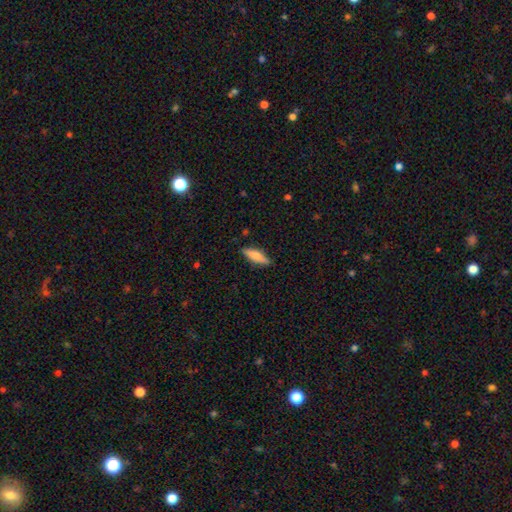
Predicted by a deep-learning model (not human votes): Overall: smooth (69%). How rounded: cigar-shaped (60%; in between 38%). Merging: none (84%).